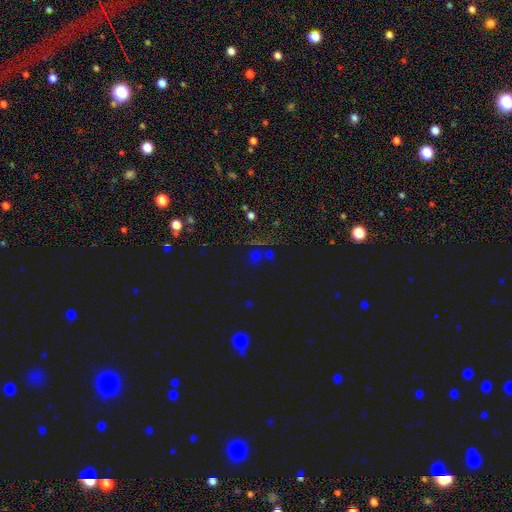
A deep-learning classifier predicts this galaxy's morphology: smooth_or_featured: star or artifact (p=0.56) [alt: smooth p=0.35]